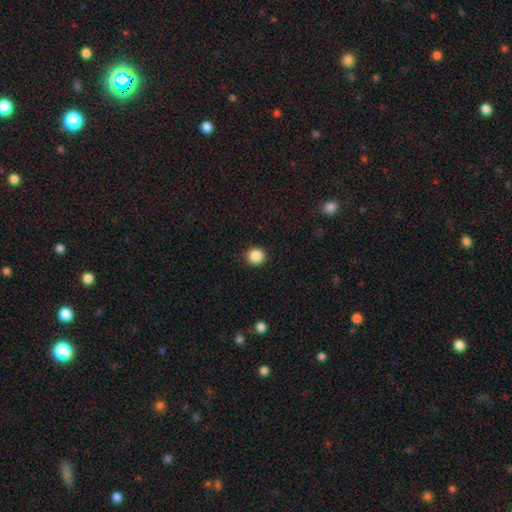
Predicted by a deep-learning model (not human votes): Smooth or featured? Predicted: smooth (p=0.87). How rounded? Predicted: round (p=0.93). Merging? Predicted: none (p=0.92).